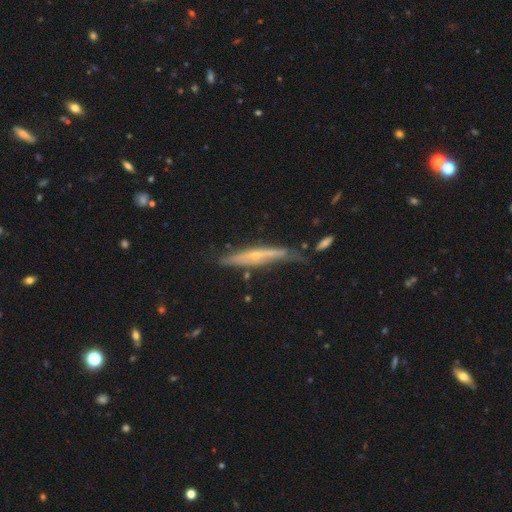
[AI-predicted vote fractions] The model was most divided on "merging": none: 61%, minor disturbance: 26%, major disturbance: 7%, merger: 5%. More confident: edge-on disk — yes (89%); edge-on bulge — rounded (76%); smooth or featured — featured or disk (70%).